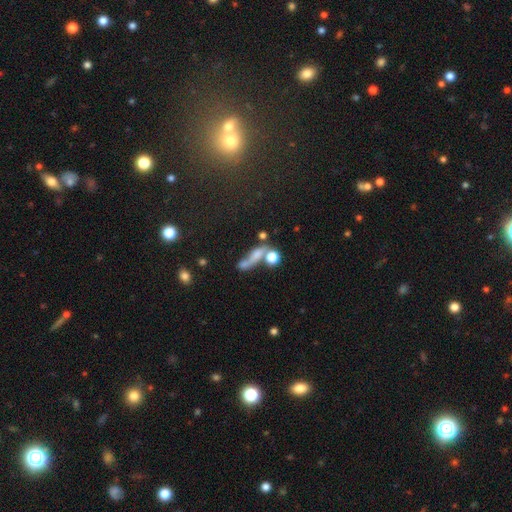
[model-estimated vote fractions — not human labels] A smooth galaxy with no disk features (54%) that is cigar-shaped (42%). Merging: merger (35%).